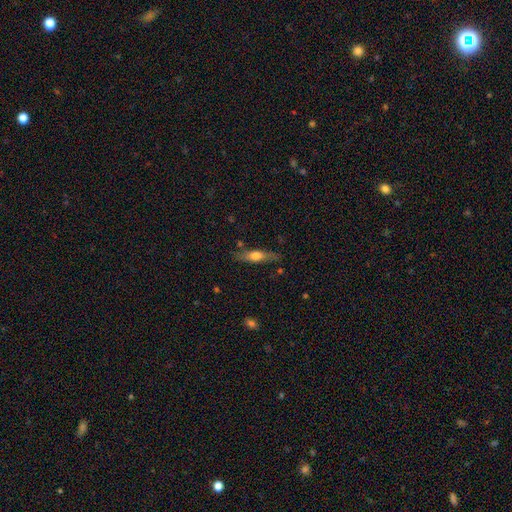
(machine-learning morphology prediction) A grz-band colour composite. It shows a smooth galaxy with no disk features (51%) that is cigar-shaped (71%). Merging: none (78%).